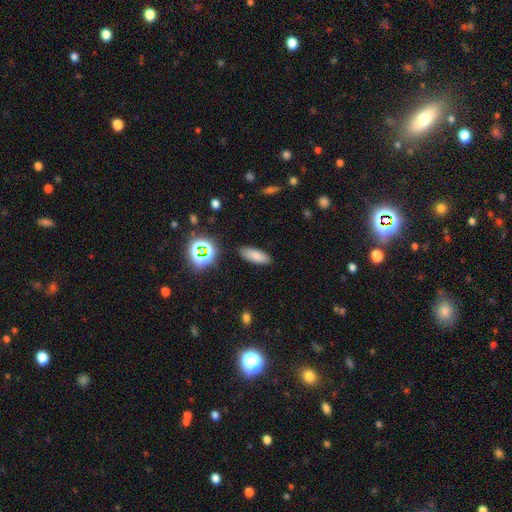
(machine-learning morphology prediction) The model was most divided on "how rounded": in between: 73%, cigar-shaped: 24%, round: 3%. More confident: merging — none (87%); smooth or featured — smooth (79%).